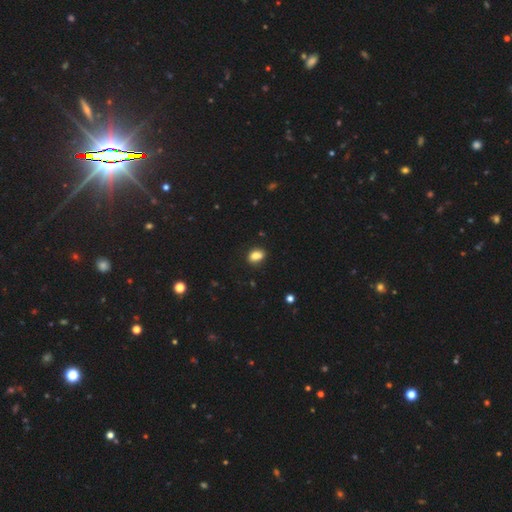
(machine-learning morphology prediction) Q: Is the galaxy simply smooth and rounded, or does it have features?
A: smooth — 84%.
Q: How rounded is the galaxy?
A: in between — 74%.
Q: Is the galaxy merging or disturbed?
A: none — 81%.